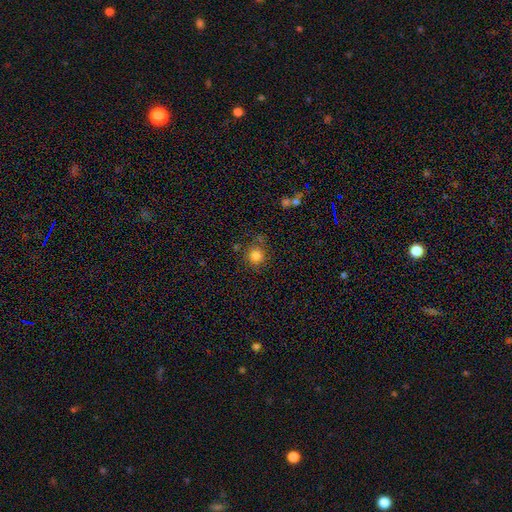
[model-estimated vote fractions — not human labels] Overall: smooth (81%). How rounded: round (89%). Merging: none (74%).